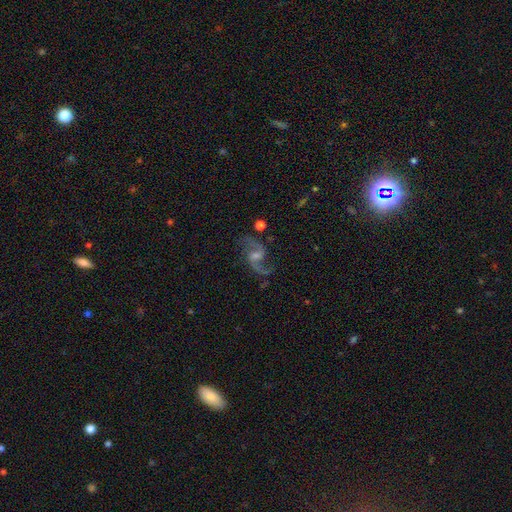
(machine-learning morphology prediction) This is clearly a featured or disk galaxy (90%). It is clearly not viewed edge-on (98%). Bar: possibly weak (51%). Spiral arm pattern: clearly yes (98%). Spiral arm count: clearly 2 (94%). Spiral winding: likely loose (67%). Central bulge: possibly small (51%). Merging: likely none (77%).